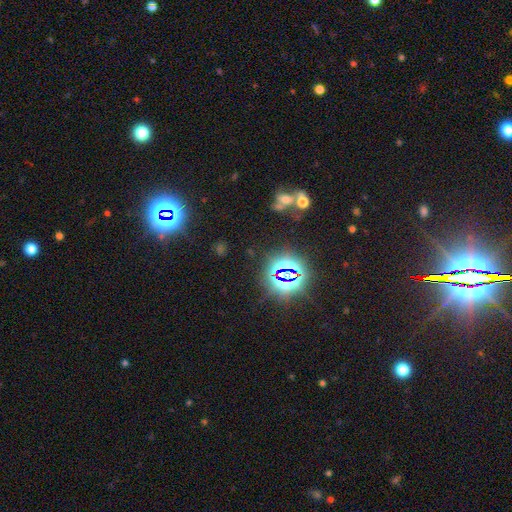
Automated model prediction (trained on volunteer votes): Smooth or featured? star or artifact (77%)